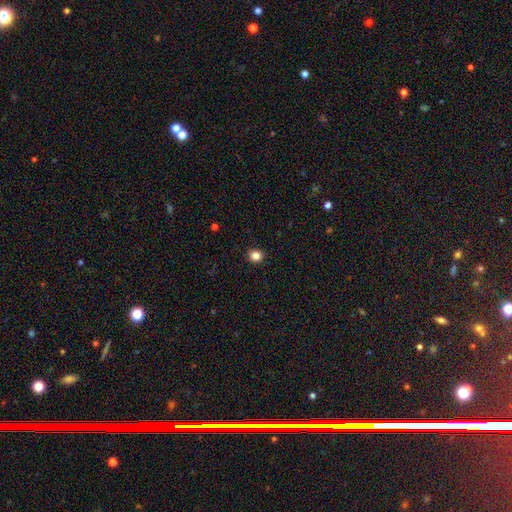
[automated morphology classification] Smooth or featured? Predicted: smooth (p=0.84). How rounded? Predicted: round (p=0.82). Merging? Predicted: none (p=0.92).